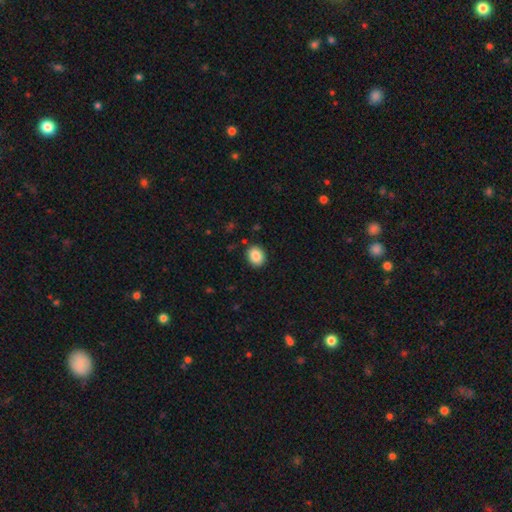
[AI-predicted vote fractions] smooth-or-featured: smooth: 86% | star or artifact: 9% | featured or disk: 5%
  how-rounded: round: 57% | in between: 42% | cigar-shaped: 1%
  merging: none: 90% | minor disturbance: 7% | major disturbance: 2% | merger: 1%